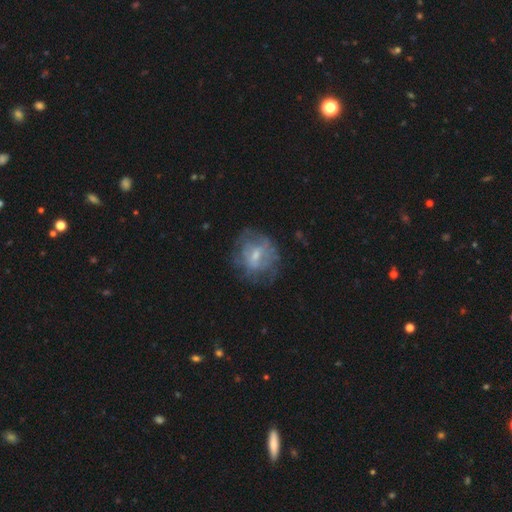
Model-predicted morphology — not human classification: type=featured or disk (54%); edge-on=no (97%); bar=no (45%, tied with weak); spiral arms=no (62%); bulge=small (49%); merging=none (61%).